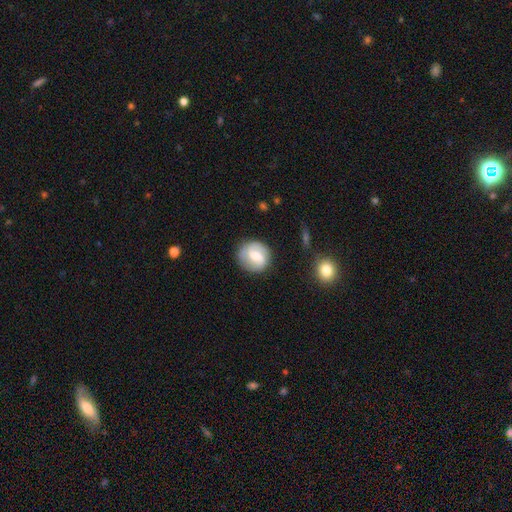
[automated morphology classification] Q: Smooth or featured?
A: featured or disk (52%); runner-up: smooth (41%)
Q: Edge-on disk?
A: no (98%); runner-up: yes (2%)
Q: Bar?
A: weak (52%); runner-up: no (33%)
Q: Spiral arms?
A: yes (85%); runner-up: no (15%)
Q: Bulge size?
A: moderate (53%); runner-up: small (29%)
Q: Merging?
A: none (80%); runner-up: minor disturbance (14%)